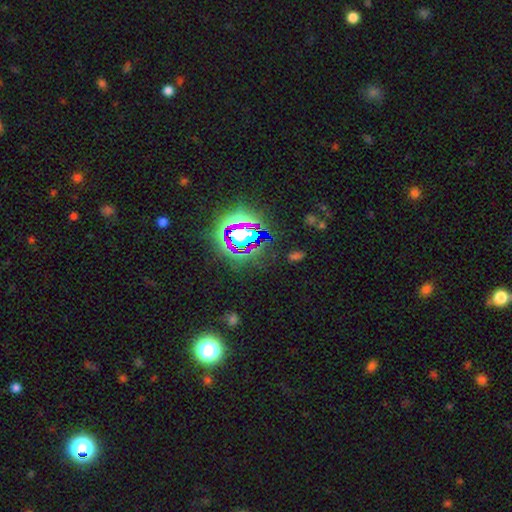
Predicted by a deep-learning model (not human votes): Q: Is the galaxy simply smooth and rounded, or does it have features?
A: star or artifact — 75%.